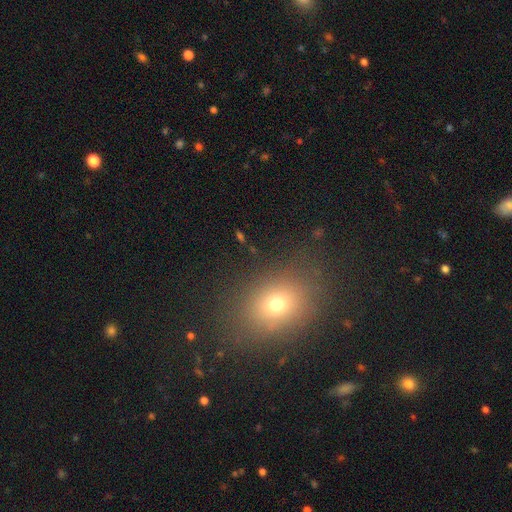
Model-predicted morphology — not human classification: A smooth galaxy with no disk features (63%) that is in between round and cigar-shaped (57%).

Vote fractions:
- Smooth or featured? smooth: 63% / star or artifact: 28% / featured or disk: 9%
- How rounded? in between: 57% / round: 42% / cigar-shaped: 2%
- Merging? none: 88% / minor disturbance: 7% / major disturbance: 3% / merger: 2%